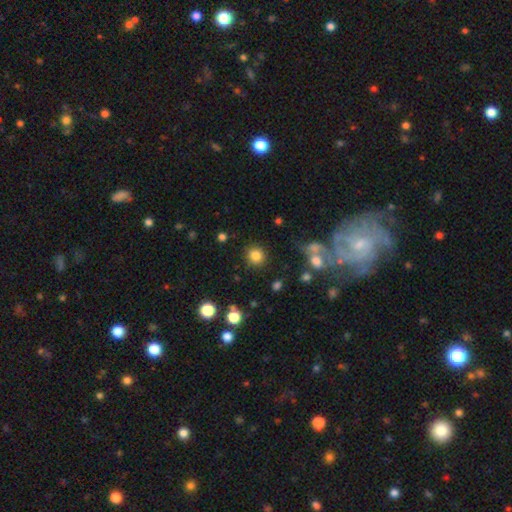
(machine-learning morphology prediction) type=smooth (83%); roundness=round (90%); merging=none (87%).